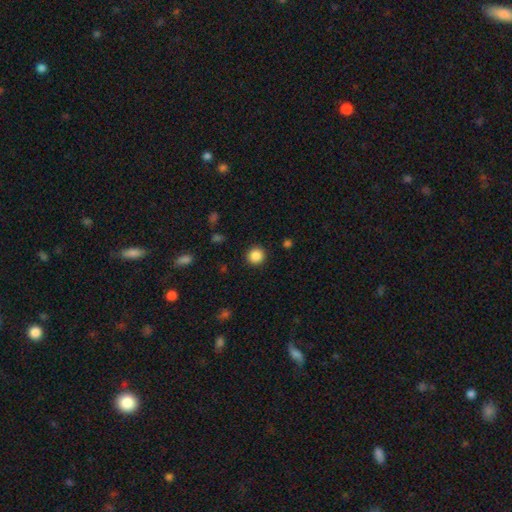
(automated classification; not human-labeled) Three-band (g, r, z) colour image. It shows a smooth galaxy with no disk features (87%) that is round (94%). Merging: none (91%).